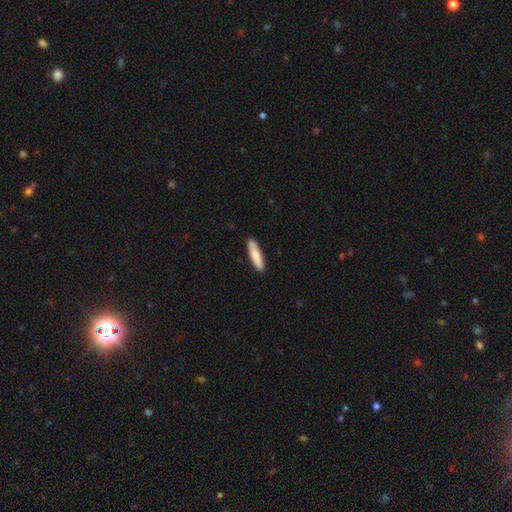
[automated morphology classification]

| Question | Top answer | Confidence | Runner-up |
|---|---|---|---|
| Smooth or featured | smooth | 81% | featured or disk (14%) |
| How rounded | cigar-shaped | 77% | in between (22%) |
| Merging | none | 90% | minor disturbance (8%) |